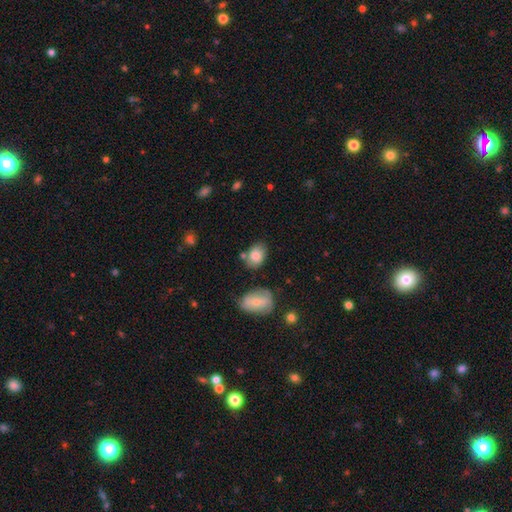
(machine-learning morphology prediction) smooth_or_featured: smooth (p=0.82) [alt: featured or disk p=0.10]
how_rounded: in between (p=0.70) [alt: round p=0.28]
merging: none (p=0.66) [alt: minor disturbance p=0.19]